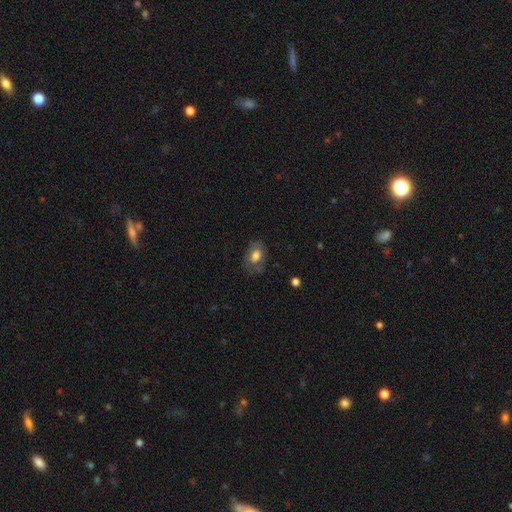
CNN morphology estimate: Q: Smooth or featured?
A: smooth (65%); runner-up: featured or disk (27%)
Q: How rounded?
A: in between (79%); runner-up: round (19%)
Q: Merging?
A: none (65%); runner-up: minor disturbance (23%)